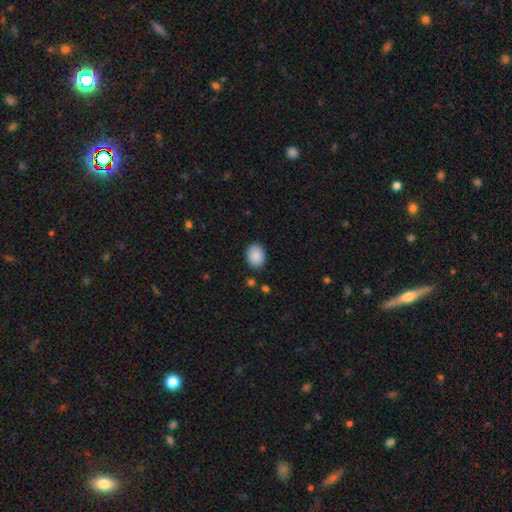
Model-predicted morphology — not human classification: Overall: smooth (90%). How rounded: in between (61%; round 38%). Merging: none (87%).